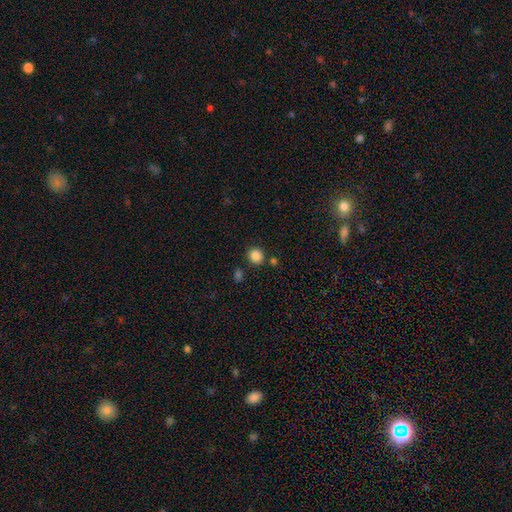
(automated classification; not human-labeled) Smooth or featured? smooth (86%)
How rounded? round (85%)
Merging? none (82%)